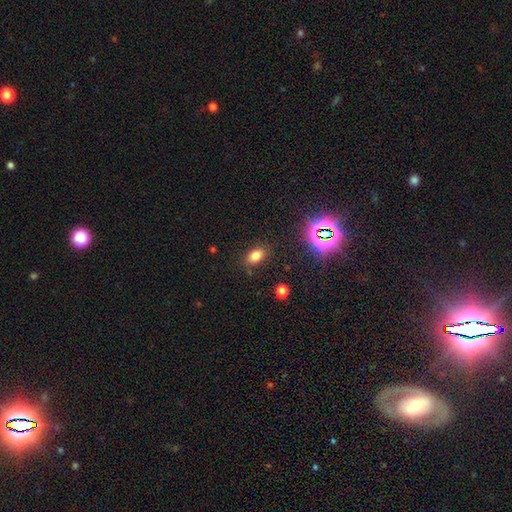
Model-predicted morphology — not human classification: smooth_or_featured: smooth (p=0.77) [alt: star or artifact p=0.16]
how_rounded: in between (p=0.83) [alt: round p=0.14]
merging: none (p=0.83) [alt: minor disturbance p=0.12]